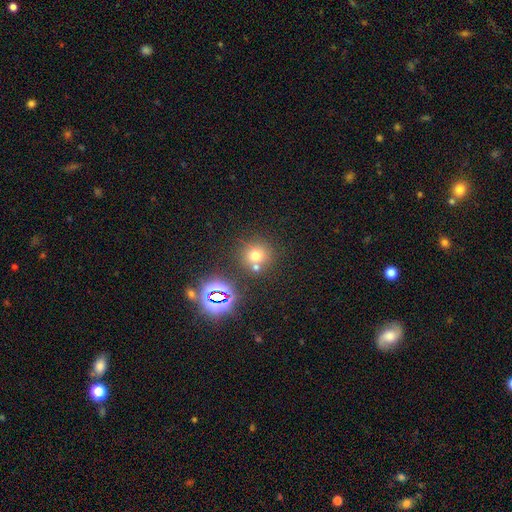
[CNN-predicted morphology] Overall: smooth (65%). How rounded: round (90%). Merging: none (64%; merger 24%).